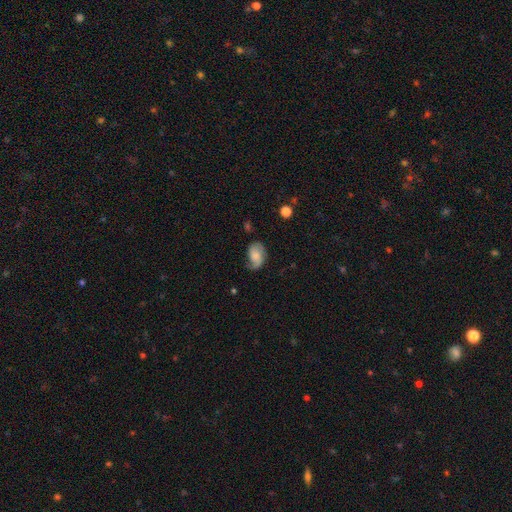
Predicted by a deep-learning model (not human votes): Smooth or featured? smooth (46%, tied with featured or disk)
Merging? none (50%)